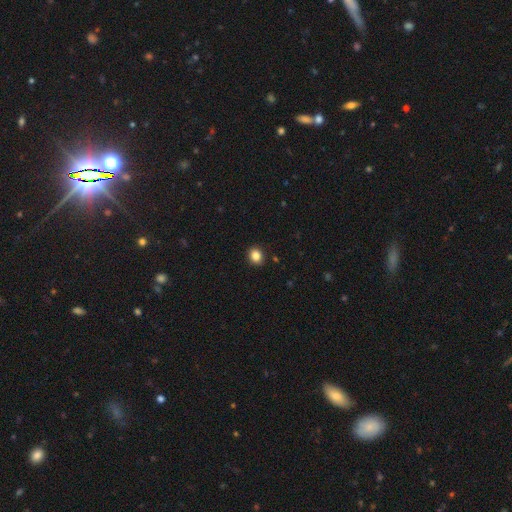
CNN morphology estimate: This is clearly a smooth galaxy (85%). How rounded: likely round (70%). Merging: clearly none (91%).